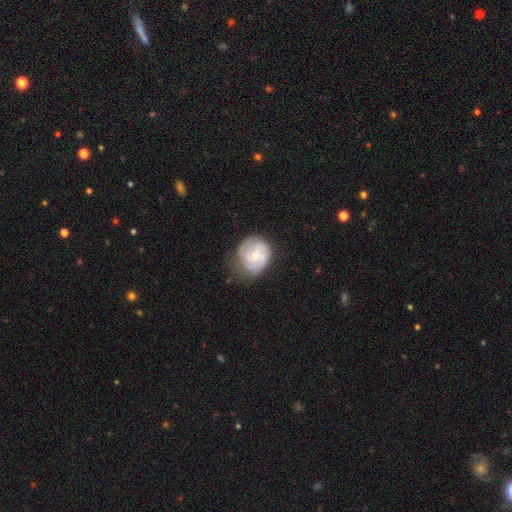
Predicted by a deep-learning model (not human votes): The model was most divided on "spiral arm count": 3: 32%, 2: 26%, can't tell: 24%, 4: 8%, 1: 4%, more than 4: 4%. More confident: edge-on disk — no (98%); spiral arms — yes (95%); smooth or featured — featured or disk (76%); bulge size — small (66%); merging — none (66%); spiral winding — tight (62%); bar — no (61%).